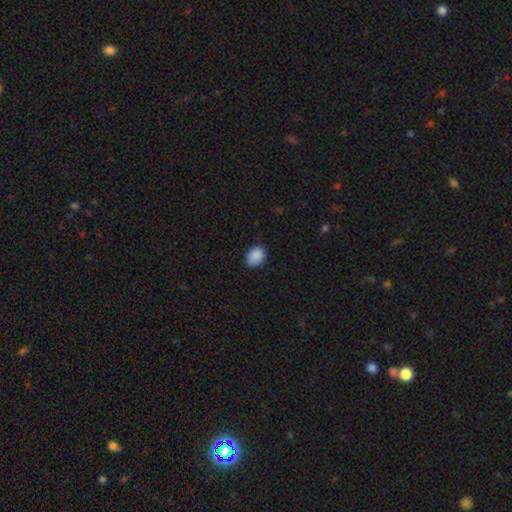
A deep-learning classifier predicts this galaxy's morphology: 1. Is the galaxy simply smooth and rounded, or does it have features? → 88% smooth, 8% star or artifact, 4% featured or disk.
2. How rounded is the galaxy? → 53% in between, 46% round, 1% cigar-shaped.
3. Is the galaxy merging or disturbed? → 75% none, 21% minor disturbance, 3% major disturbance, 1% merger.